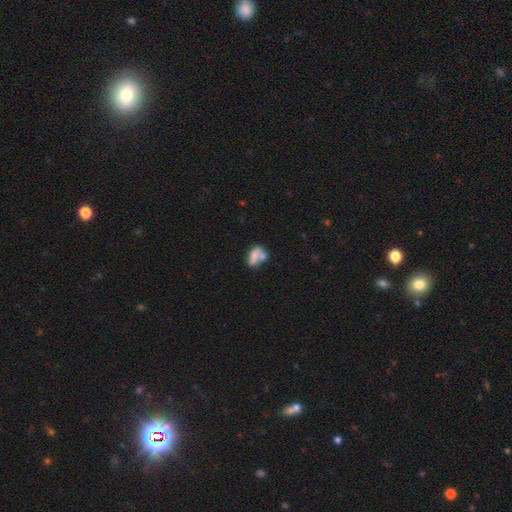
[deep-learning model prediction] Smooth or featured: smooth — 59% (featured or disk — 32%)
How rounded: in between — 82% (round — 12%)
Merging: merger — 49% (none — 26%)